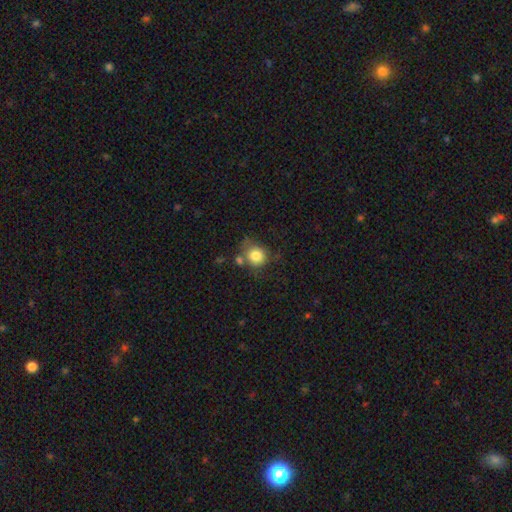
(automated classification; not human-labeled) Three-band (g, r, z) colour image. It shows a smooth galaxy with no disk features (82%) that is round (80%). Merging: none (53%).